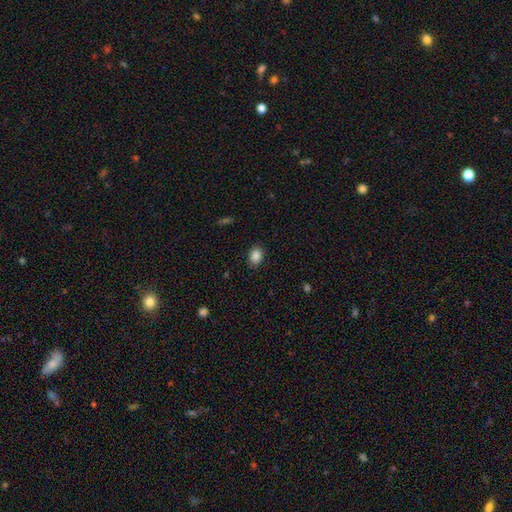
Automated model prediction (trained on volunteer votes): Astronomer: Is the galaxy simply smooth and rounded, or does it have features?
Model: smooth — 87%.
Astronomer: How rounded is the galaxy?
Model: in between — 68%.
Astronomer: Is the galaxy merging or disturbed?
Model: none — 88%.